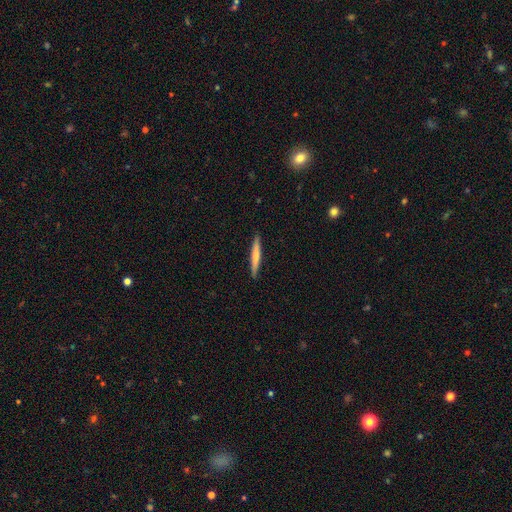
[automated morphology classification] The model was most divided on "smooth or featured": smooth: 62%, featured or disk: 33%, star or artifact: 5%. More confident: how rounded — cigar-shaped (95%); merging — none (91%).